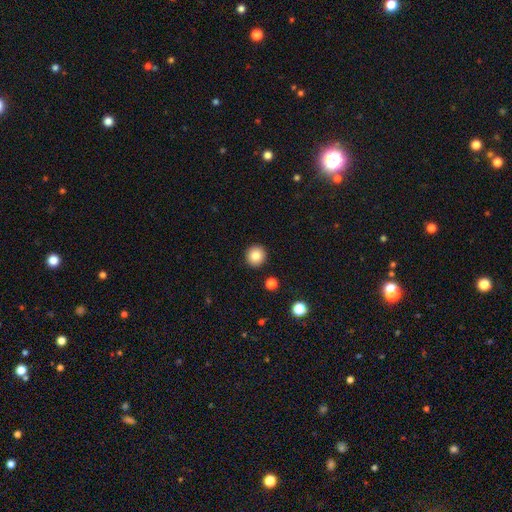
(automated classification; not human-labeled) Overall: smooth (84%). How rounded: round (94%). Merging: none (93%).